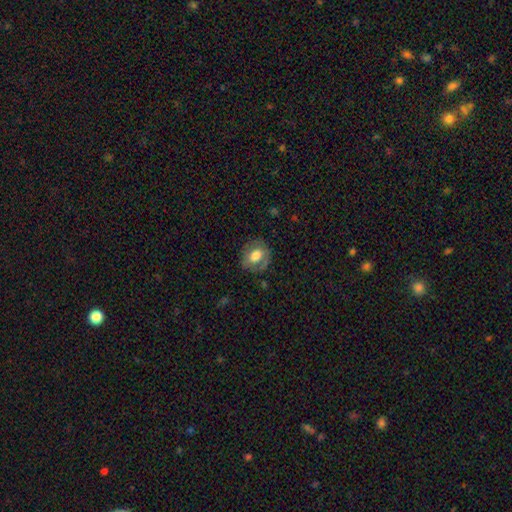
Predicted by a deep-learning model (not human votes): Morphology: type=smooth (62%); roundness=round (53%); merging=none (75%).